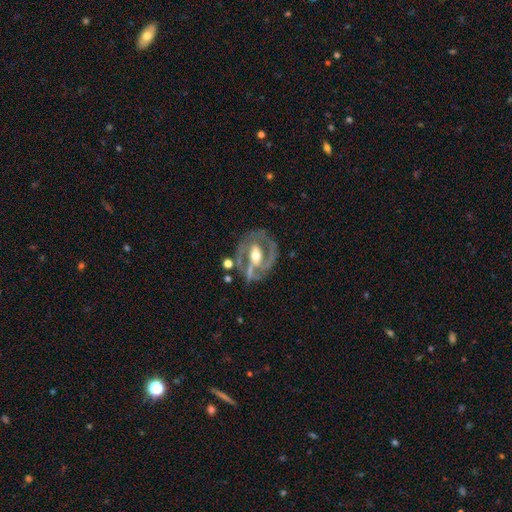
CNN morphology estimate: smooth-or-featured: featured or disk: 83% | smooth: 12% | star or artifact: 5%
  disk-edge-on: no: 95% | yes: 5%
    bar: strong: 45% | weak: 31% | no: 24%
    has-spiral-arms: yes: 77% | no: 23%
      spiral-winding: medium: 43% | tight: 42% | loose: 15%
      spiral-arm-count: 2: 66% | can't tell: 14% | 1: 9% | 3: 8% | 4: 2% | more than 4: 2%
    bulge-size: moderate: 72% | small: 17% | large: 9% | none: 1% | dominant: 1%
  merging: none: 61% | minor disturbance: 20% | major disturbance: 14% | merger: 5%